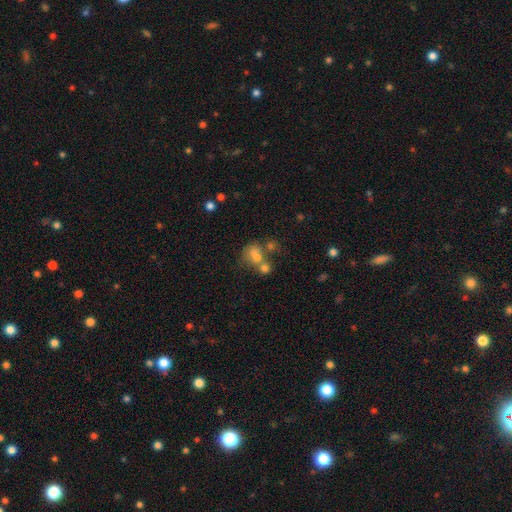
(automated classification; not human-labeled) smooth-or-featured: smooth: 67% | featured or disk: 18% | star or artifact: 15%
  how-rounded: in between: 58% | round: 40% | cigar-shaped: 2%
  merging: merger: 49% | none: 27% | minor disturbance: 12% | major disturbance: 12%